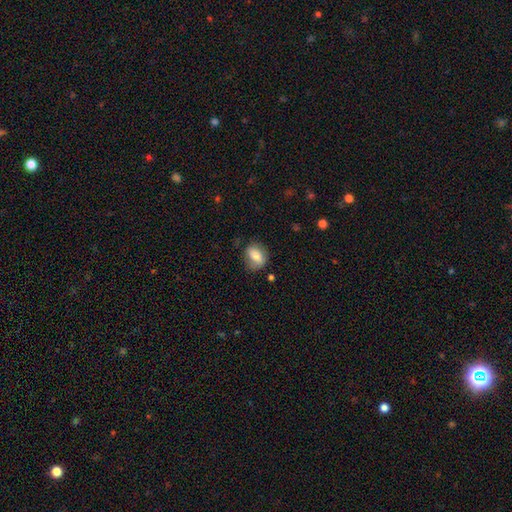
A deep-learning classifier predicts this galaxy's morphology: smooth 68%, featured or disk 24%, star or artifact 8%. Down the decision tree: how rounded — in between (62%); merging — none (68%).